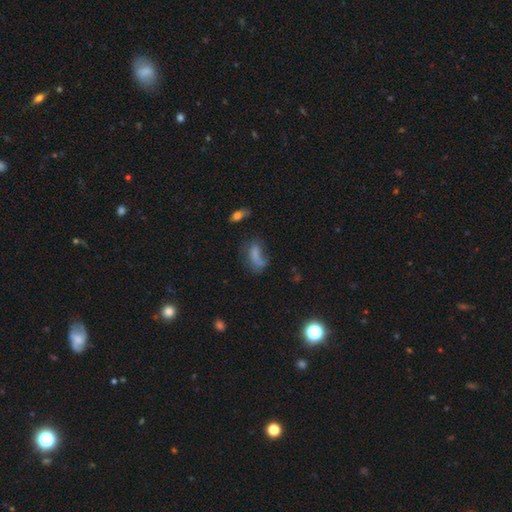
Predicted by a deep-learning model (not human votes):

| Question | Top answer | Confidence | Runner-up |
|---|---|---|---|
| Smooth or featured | smooth | 64% | featured or disk (22%) |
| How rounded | in between | 78% | cigar-shaped (15%) |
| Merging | none | 37% | major disturbance (29%) |